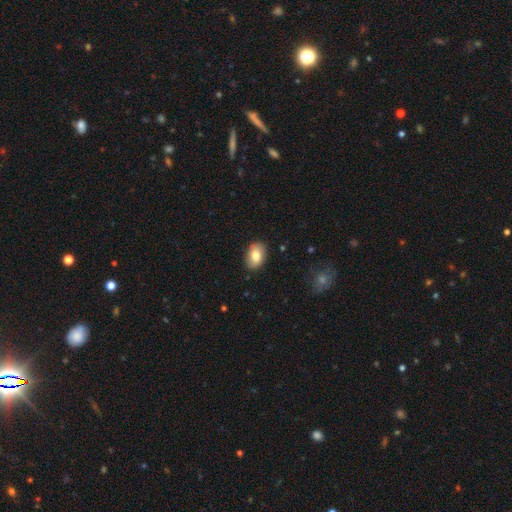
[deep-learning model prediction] Q: Smooth or featured?
A: smooth (81%); runner-up: featured or disk (12%)
Q: How rounded?
A: in between (85%); runner-up: round (14%)
Q: Merging?
A: none (86%); runner-up: minor disturbance (11%)